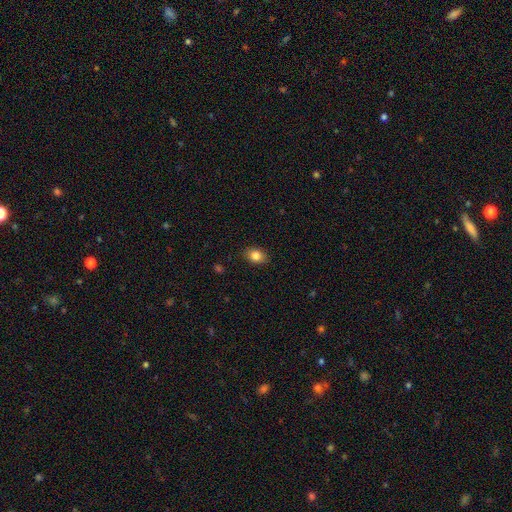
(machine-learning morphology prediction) Smooth or featured: smooth — 84% (star or artifact — 9%)
How rounded: in between — 70% (round — 29%)
Merging: none — 87% (minor disturbance — 10%)